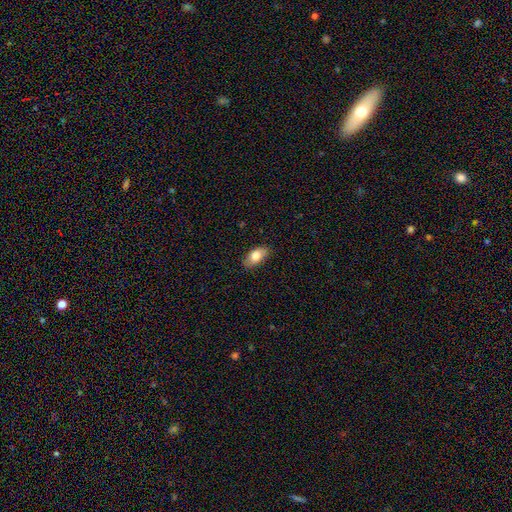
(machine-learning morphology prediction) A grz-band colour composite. It shows a smooth galaxy with no disk features (80%) that is in between round and cigar-shaped (92%). Merging: none (84%).